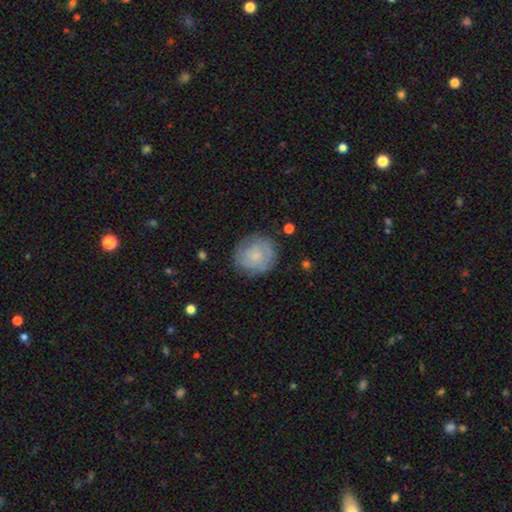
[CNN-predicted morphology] smooth-or-featured: smooth: 50% | featured or disk: 43% | star or artifact: 8%
  merging: none: 78% | minor disturbance: 16% | major disturbance: 5% | merger: 1%